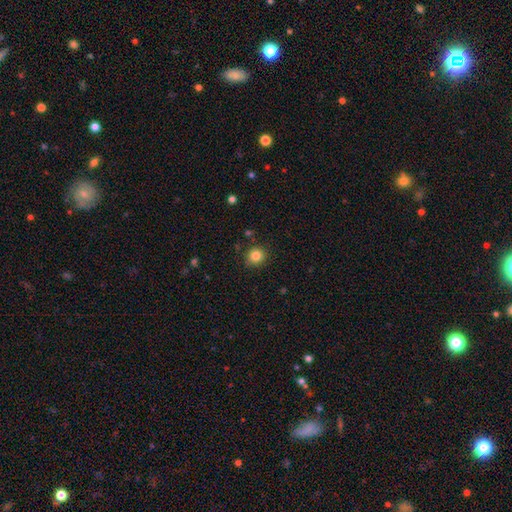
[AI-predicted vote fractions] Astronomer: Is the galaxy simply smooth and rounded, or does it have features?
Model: smooth — 84%.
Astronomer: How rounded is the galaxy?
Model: round — 90%.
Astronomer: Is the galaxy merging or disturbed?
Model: none — 87%.